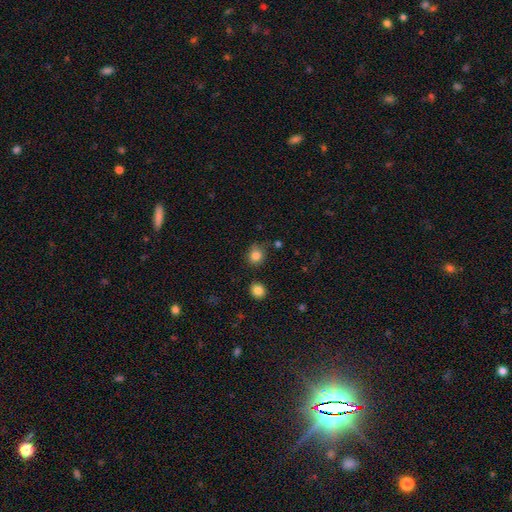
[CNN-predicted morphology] This appears to be a smooth galaxy with no disk features (83%) that is round (81%). Merging: none (76%).